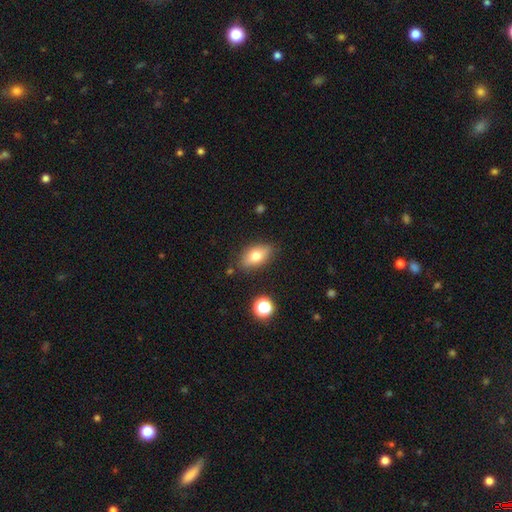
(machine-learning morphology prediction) A smooth galaxy with no disk features (71%) that is in between round and cigar-shaped (85%). Merging: none (82%).